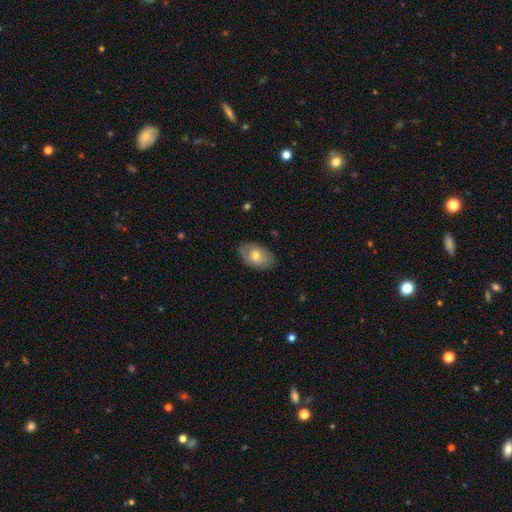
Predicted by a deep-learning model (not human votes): Smooth or featured? Predicted: smooth (p=0.64). How rounded? Predicted: in between (p=0.89). Merging? Predicted: none (p=0.80).